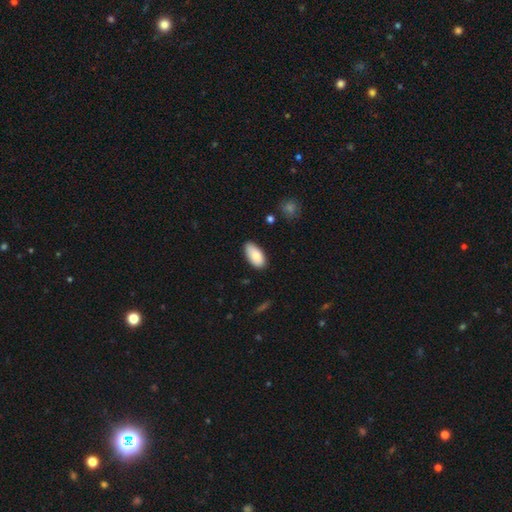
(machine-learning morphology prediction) Smooth or featured: smooth — 80% (featured or disk — 13%)
How rounded: in between — 94% (cigar-shaped — 3%)
Merging: none — 80% (minor disturbance — 16%)